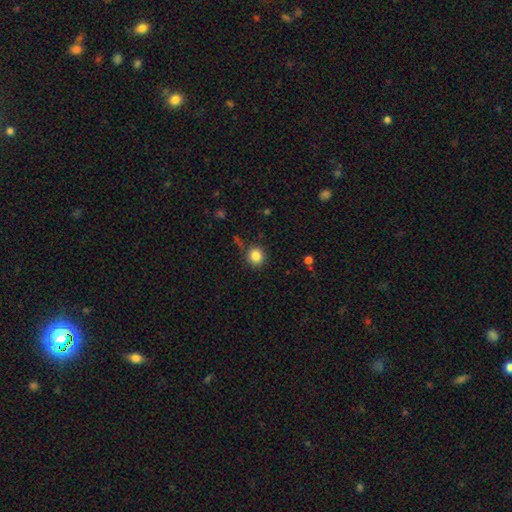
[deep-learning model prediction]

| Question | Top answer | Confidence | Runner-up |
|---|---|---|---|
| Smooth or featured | smooth | 85% | star or artifact (11%) |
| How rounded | round | 90% | in between (9%) |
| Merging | none | 83% | minor disturbance (10%) |